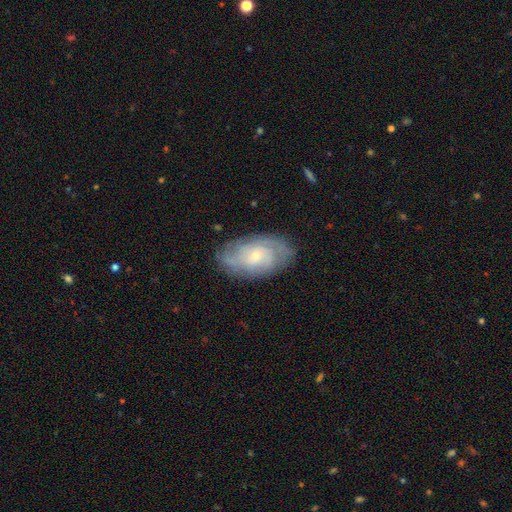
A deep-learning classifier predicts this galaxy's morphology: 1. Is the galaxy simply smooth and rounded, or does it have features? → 72% featured or disk, 21% smooth, 7% star or artifact.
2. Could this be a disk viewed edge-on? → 95% no, 5% yes.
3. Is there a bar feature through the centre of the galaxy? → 72% no, 25% weak, 4% strong.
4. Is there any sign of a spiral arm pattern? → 90% yes, 10% no.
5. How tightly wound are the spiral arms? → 56% tight, 33% medium, 11% loose.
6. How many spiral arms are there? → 42% can't tell, 24% 2, 15% 3, 10% 4, 5% more than 4, 5% 1.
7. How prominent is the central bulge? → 74% small, 22% moderate, 2% none, 1% large, 1% dominant.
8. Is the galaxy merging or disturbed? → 78% none, 16% minor disturbance, 4% major disturbance, 1% merger.